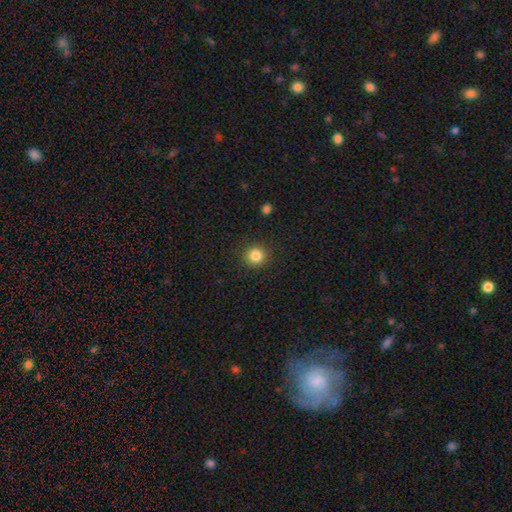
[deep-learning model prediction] smooth 84%, star or artifact 11%, featured or disk 5%. Down the decision tree: how rounded — round (93%); merging — none (90%).